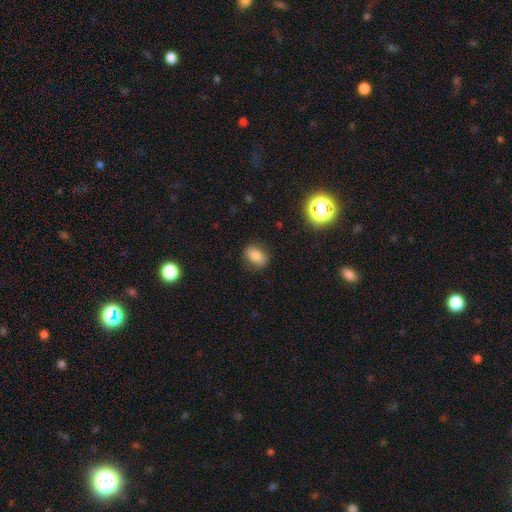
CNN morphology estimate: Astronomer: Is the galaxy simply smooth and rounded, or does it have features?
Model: smooth — 79%.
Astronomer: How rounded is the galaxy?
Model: in between — 75%.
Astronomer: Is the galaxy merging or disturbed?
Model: none — 83%.